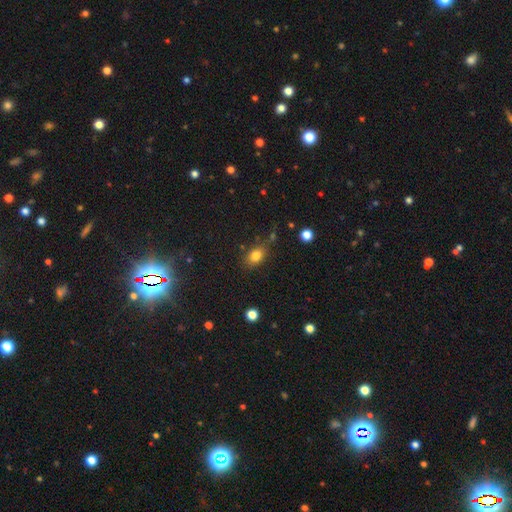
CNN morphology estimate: Smooth or featured: smooth — 80% (star or artifact — 12%)
How rounded: in between — 71% (round — 27%)
Merging: none — 71% (minor disturbance — 18%)